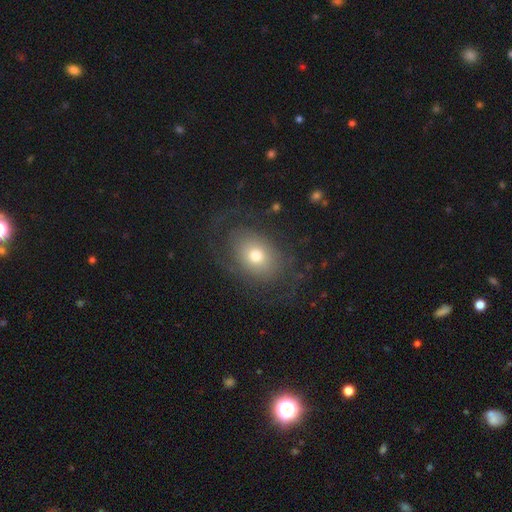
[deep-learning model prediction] Smooth or featured? smooth (54%)
How rounded? in between (65%)
Merging? none (66%)